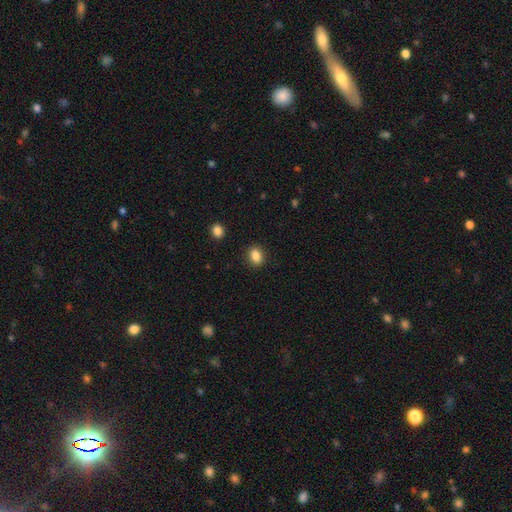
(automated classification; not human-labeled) Q: Smooth or featured?
A: smooth (86%); runner-up: star or artifact (9%)
Q: How rounded?
A: in between (68%); runner-up: round (30%)
Q: Merging?
A: none (89%); runner-up: minor disturbance (8%)